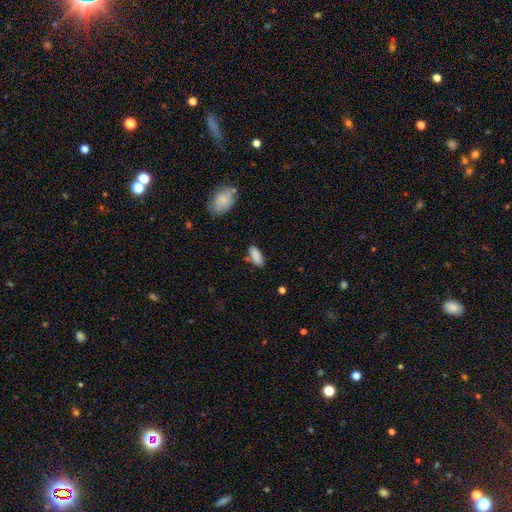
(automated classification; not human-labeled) This appears to be a smooth galaxy with no disk features (87%) that is in between round and cigar-shaped (86%). Merging: none (74%).